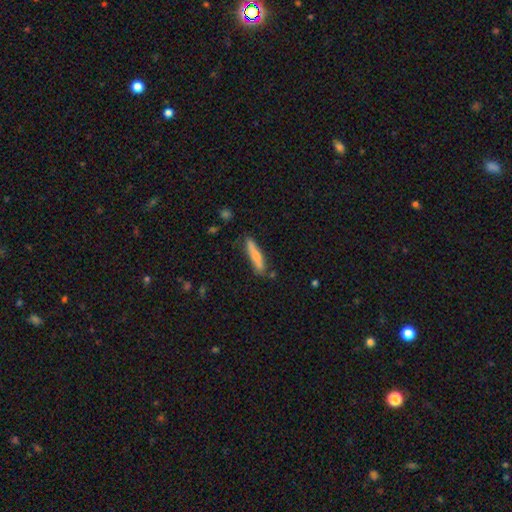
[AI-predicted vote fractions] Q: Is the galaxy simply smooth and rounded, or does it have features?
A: smooth — 66%.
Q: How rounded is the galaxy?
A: cigar-shaped — 87%.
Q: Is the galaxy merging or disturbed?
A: none — 76%.